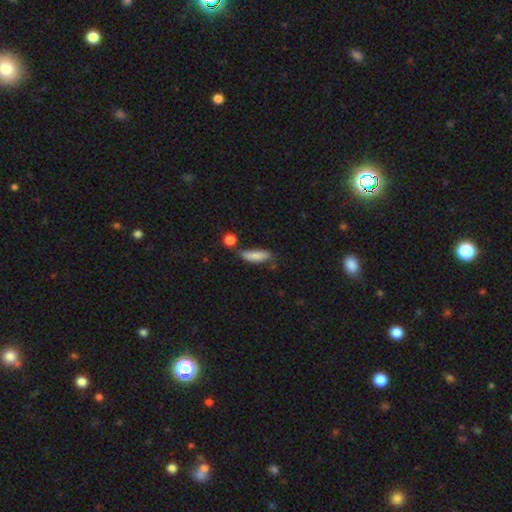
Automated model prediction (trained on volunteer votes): Q: Smooth or featured?
A: smooth (81%); runner-up: featured or disk (12%)
Q: How rounded?
A: in between (54%); runner-up: cigar-shaped (43%)
Q: Merging?
A: none (51%); runner-up: minor disturbance (26%)